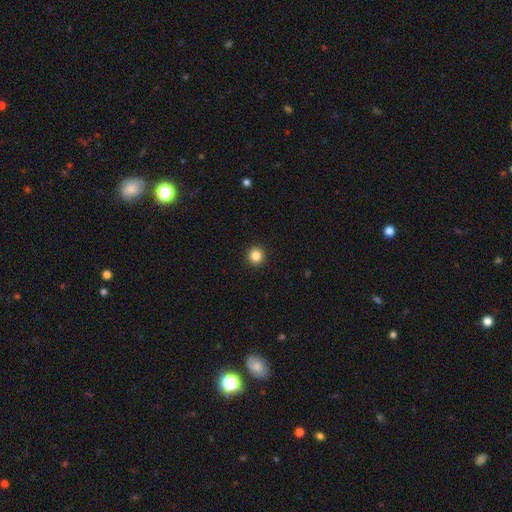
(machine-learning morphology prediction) This appears to be a smooth galaxy with no disk features (85%) that is round (94%). Merging: none (93%).